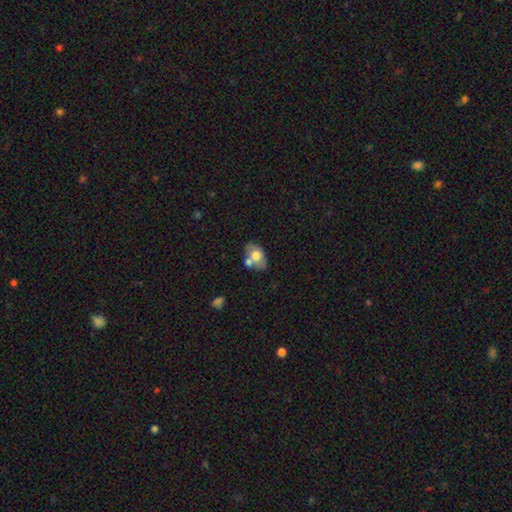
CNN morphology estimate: Smooth or featured? Predicted: smooth (p=0.64). How rounded? Predicted: in between (p=0.81). Merging? Predicted: none (p=0.50).